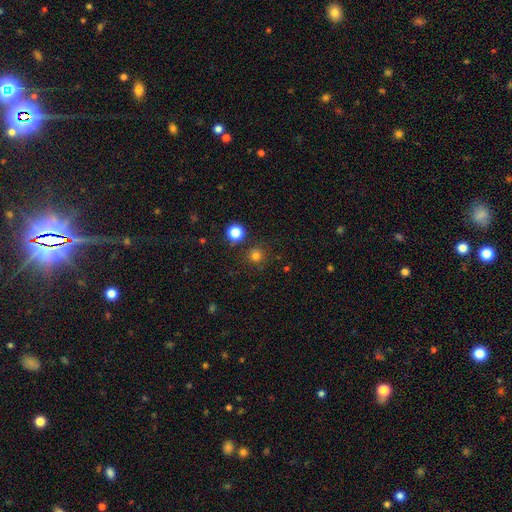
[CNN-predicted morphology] A smooth galaxy with no disk features (77%) that is round (95%). Merging: none (85%).